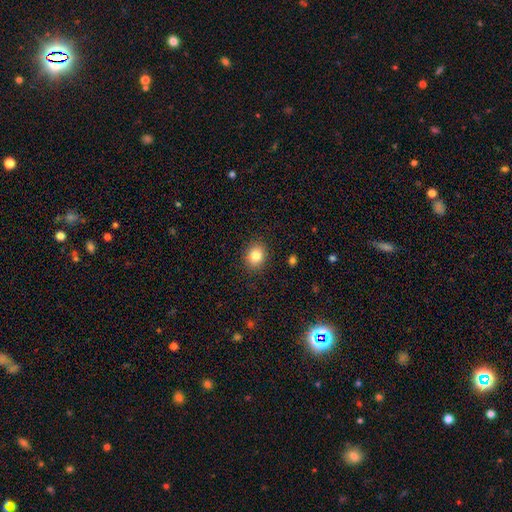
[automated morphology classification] smooth-or-featured: smooth: 83% | star or artifact: 10% | featured or disk: 6%
  how-rounded: round: 62% | in between: 37% | cigar-shaped: 1%
  merging: none: 88% | minor disturbance: 8% | major disturbance: 2% | merger: 1%